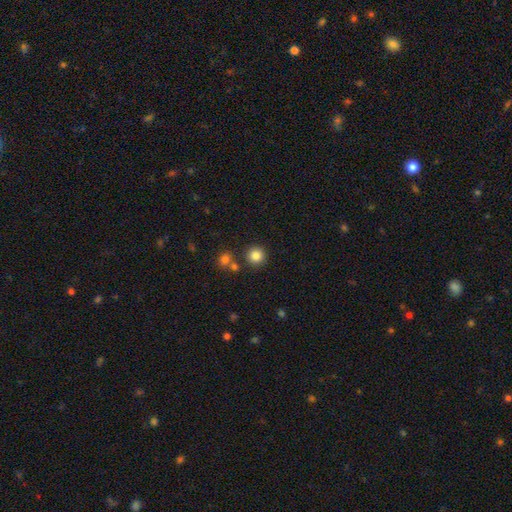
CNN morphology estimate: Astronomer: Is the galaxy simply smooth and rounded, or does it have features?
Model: smooth — 84%.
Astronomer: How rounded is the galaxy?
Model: round — 94%.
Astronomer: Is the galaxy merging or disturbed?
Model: none — 84%.